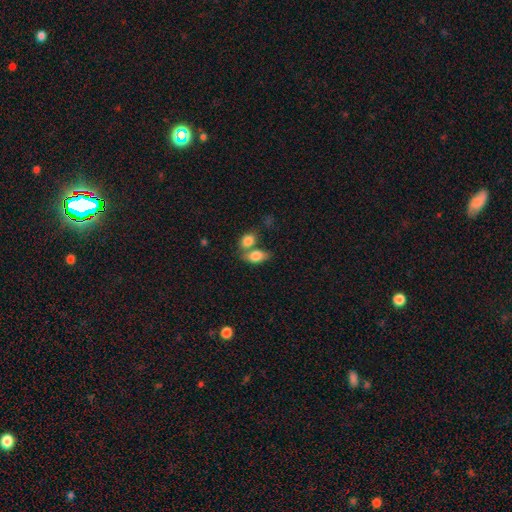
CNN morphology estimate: smooth_or_featured: smooth (p=0.81) [alt: featured or disk p=0.11]
how_rounded: in between (p=0.86) [alt: round p=0.11]
merging: merger (p=0.48) [alt: none p=0.36]